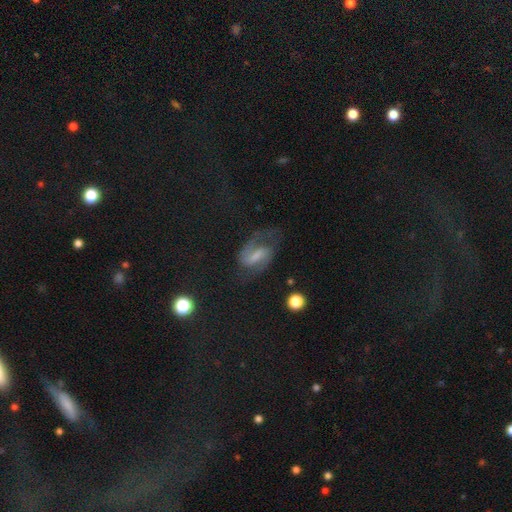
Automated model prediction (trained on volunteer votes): Morphology: type=featured or disk (70%); edge-on=no (96%); bar=weak (47%); spiral arms=yes (89%); winding=medium (51%); arm count=2 (85%); bulge=none (30%, tied with small); merging=none (55%).